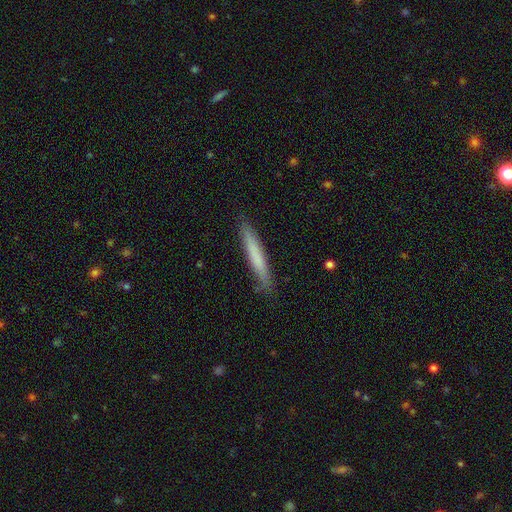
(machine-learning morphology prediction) This is likely a smooth galaxy (69%). How rounded: clearly cigar-shaped (95%). Merging: clearly none (87%).